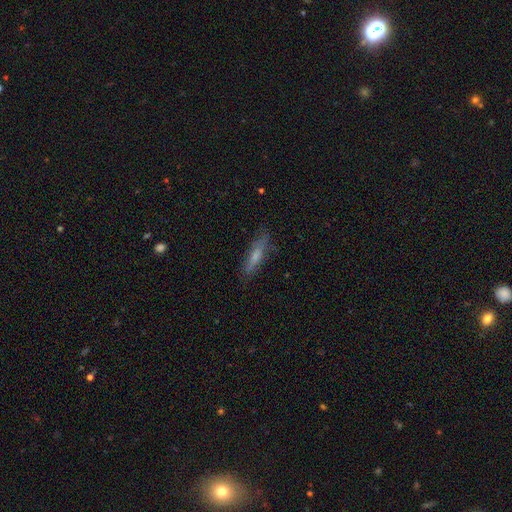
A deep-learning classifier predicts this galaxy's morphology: Overall: smooth (57%; featured or disk 35%). How rounded: cigar-shaped (79%). Merging: none (78%).